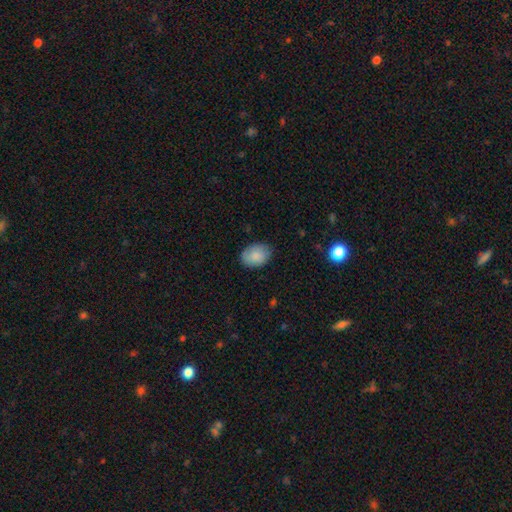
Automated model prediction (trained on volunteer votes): Morphology: type=smooth (86%); roundness=in between (77%); merging=none (81%).